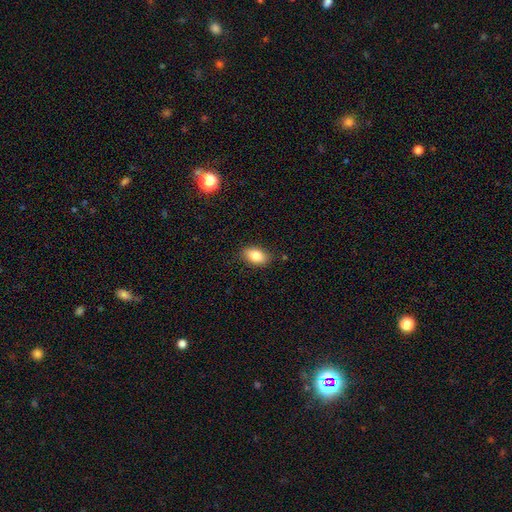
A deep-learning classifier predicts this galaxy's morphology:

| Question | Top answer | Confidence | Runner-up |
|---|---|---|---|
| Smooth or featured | smooth | 83% | featured or disk (9%) |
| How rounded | in between | 88% | round (10%) |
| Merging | none | 85% | minor disturbance (11%) |